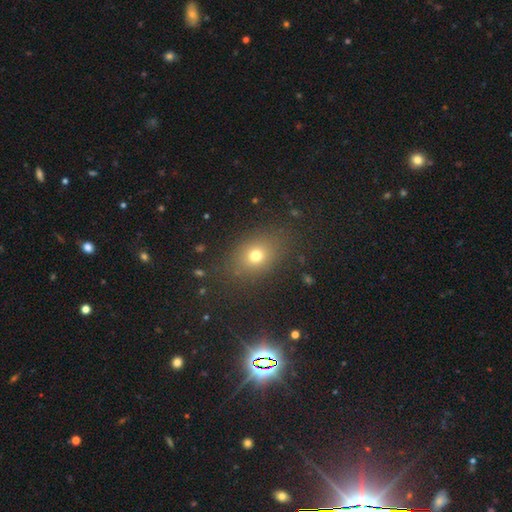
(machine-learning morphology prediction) A smooth galaxy with no disk features (72%) that is in between round and cigar-shaped (53%). Merging: none (84%).